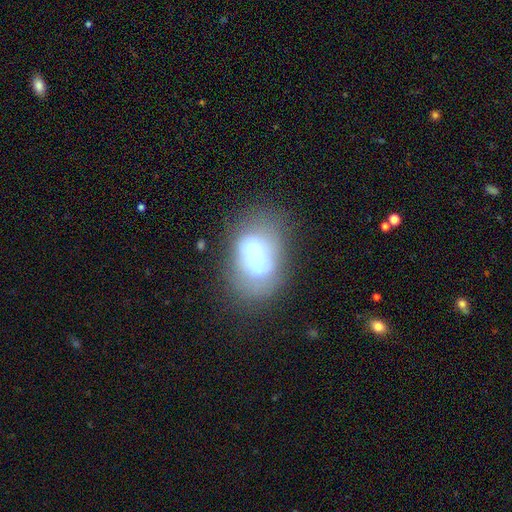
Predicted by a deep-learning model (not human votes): A smooth galaxy with no disk features (53%) that is in between round and cigar-shaped (83%). Merging: none (43%).